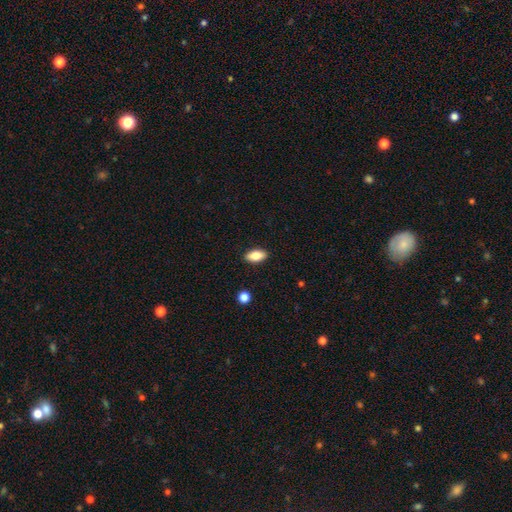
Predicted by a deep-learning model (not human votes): This is clearly a smooth galaxy (82%). How rounded: clearly in between (90%). Merging: clearly none (90%).